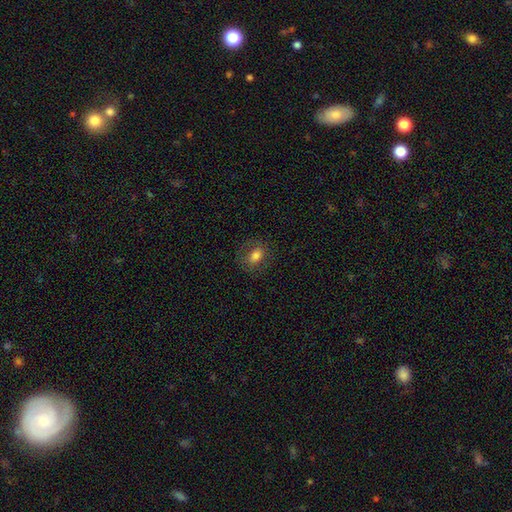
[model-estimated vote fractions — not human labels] This appears to be a smooth galaxy with no disk features (72%) that is in between round and cigar-shaped (63%). Merging: none (78%).